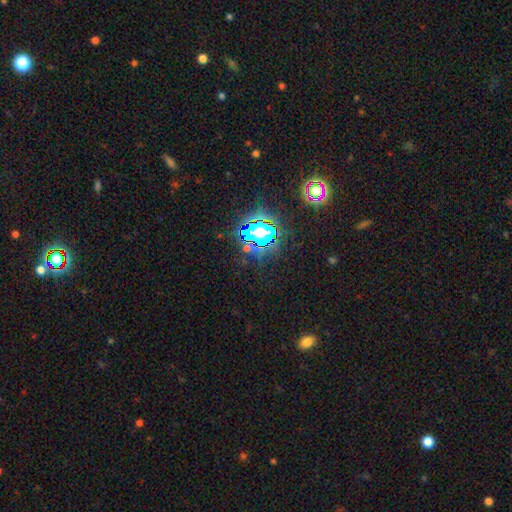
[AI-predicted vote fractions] smooth-or-featured: star or artifact: 82% | smooth: 11% | featured or disk: 7%